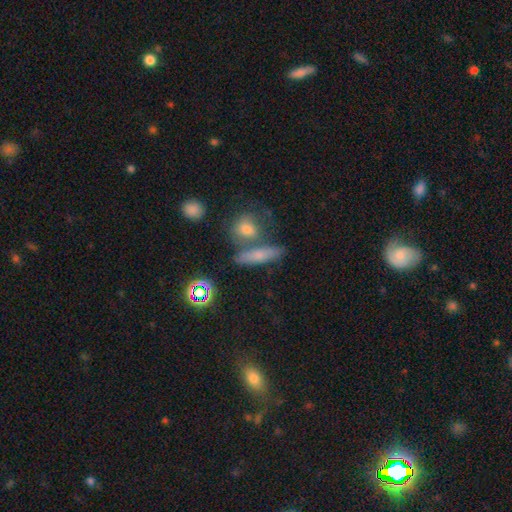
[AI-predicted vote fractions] smooth_or_featured: smooth (p=0.64) [alt: featured or disk p=0.20]
how_rounded: cigar-shaped (p=0.51) [alt: in between p=0.33]
merging: none (p=0.59) [alt: merger p=0.25]